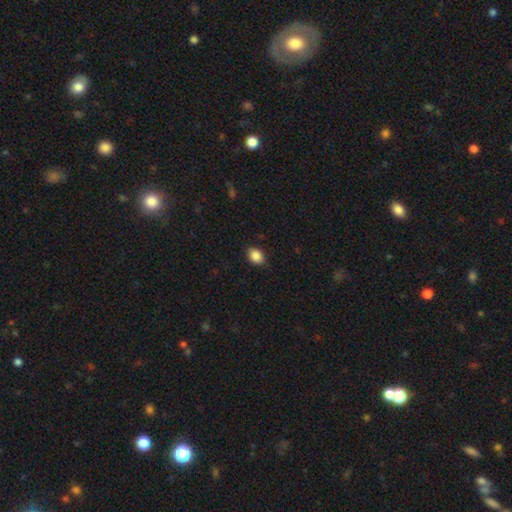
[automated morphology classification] Smooth or featured: smooth — 88% (star or artifact — 8%)
How rounded: in between — 72% (round — 27%)
Merging: none — 88% (minor disturbance — 9%)